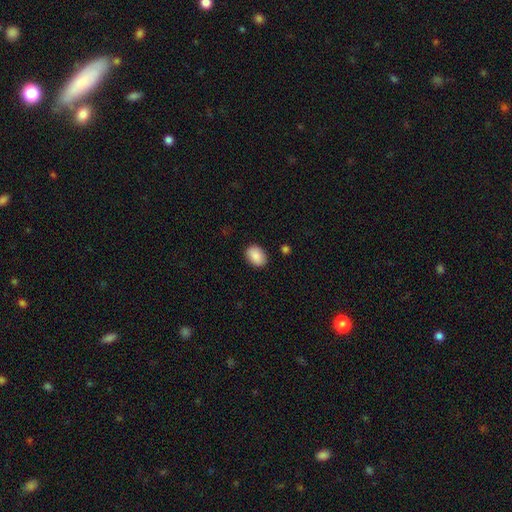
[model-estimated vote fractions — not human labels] Smooth or featured? smooth (89%)
How rounded? in between (76%)
Merging? none (87%)